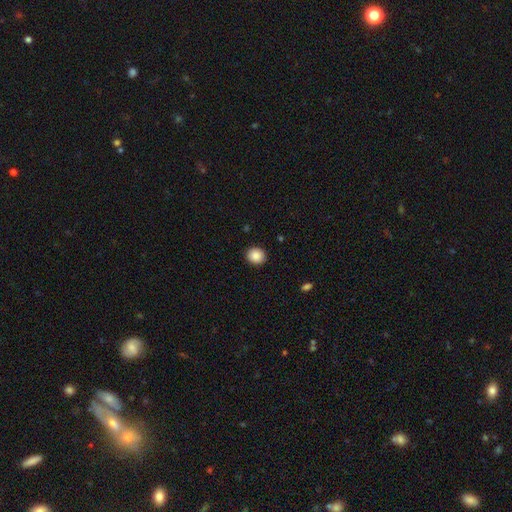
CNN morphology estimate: Overall: smooth (87%). How rounded: round (76%). Merging: none (91%).